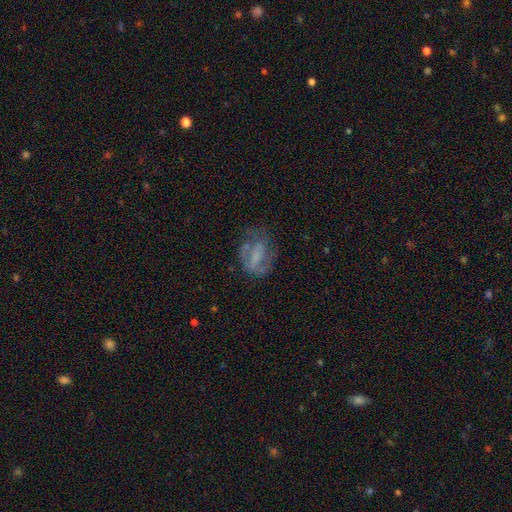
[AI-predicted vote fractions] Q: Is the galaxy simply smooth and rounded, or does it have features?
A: featured or disk — 56%.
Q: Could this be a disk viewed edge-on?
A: no — 96%.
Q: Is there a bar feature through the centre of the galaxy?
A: no — 40%.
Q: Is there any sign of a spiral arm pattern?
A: yes — 55%.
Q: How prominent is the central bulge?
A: none — 53%.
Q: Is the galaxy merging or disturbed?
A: none — 47%.